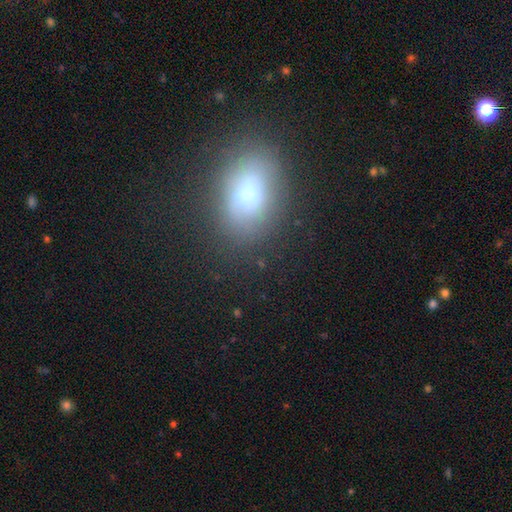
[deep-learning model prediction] Morphology: type=smooth (71%); roundness=in between (78%); merging=none (83%).